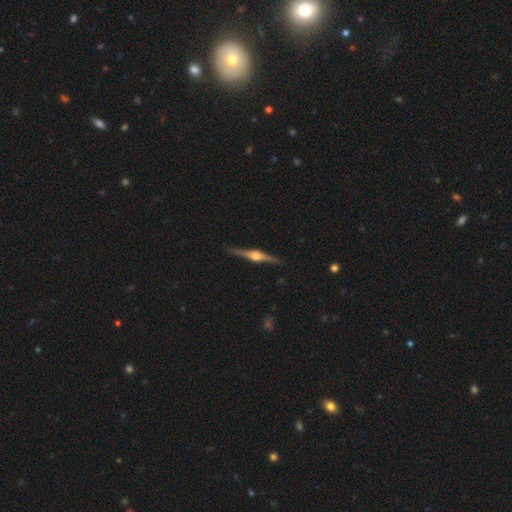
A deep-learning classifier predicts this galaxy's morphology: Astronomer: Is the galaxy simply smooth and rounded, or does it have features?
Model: featured or disk — 85%.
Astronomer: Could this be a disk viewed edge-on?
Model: yes — 98%.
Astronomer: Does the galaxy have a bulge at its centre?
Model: rounded — 94%.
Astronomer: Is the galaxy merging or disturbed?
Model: none — 90%.